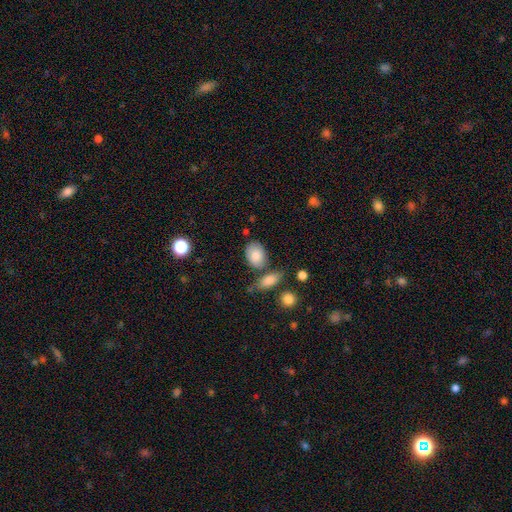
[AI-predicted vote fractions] Smooth or featured?
  - smooth: 83% *
  - featured or disk: 9%
  - star or artifact: 7%
How rounded?
  - in between: 75% *
  - round: 23%
  - cigar-shaped: 2%
Merging?
  - none: 63% *
  - minor disturbance: 18%
  - merger: 13%
  - major disturbance: 5%